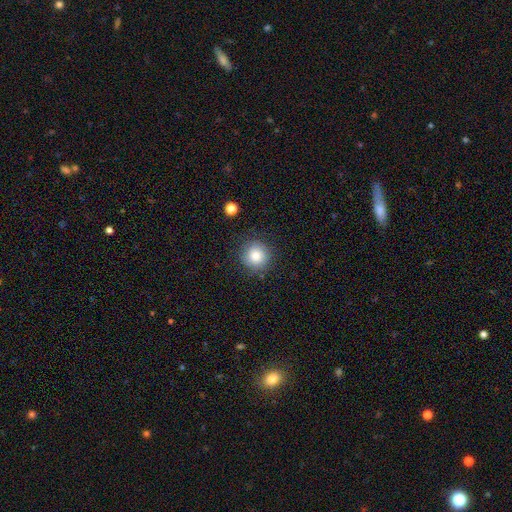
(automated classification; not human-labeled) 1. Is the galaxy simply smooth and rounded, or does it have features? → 81% smooth, 10% star or artifact, 9% featured or disk.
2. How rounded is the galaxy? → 92% round, 7% in between, 1% cigar-shaped.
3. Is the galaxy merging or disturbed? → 85% none, 11% minor disturbance, 3% major disturbance, 2% merger.